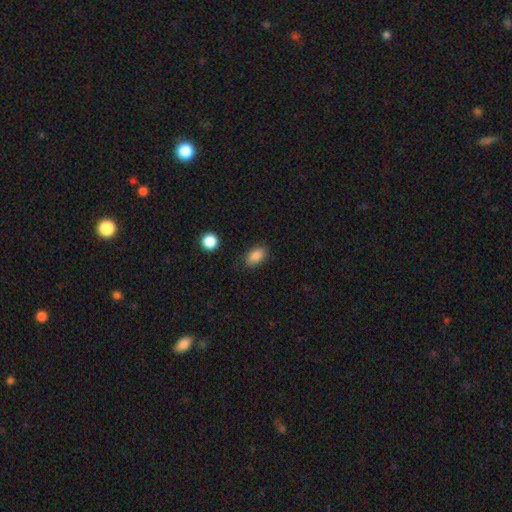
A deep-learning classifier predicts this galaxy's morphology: smooth 87%, star or artifact 8%, featured or disk 5%. Down the decision tree: how rounded — in between (89%); merging — none (81%).